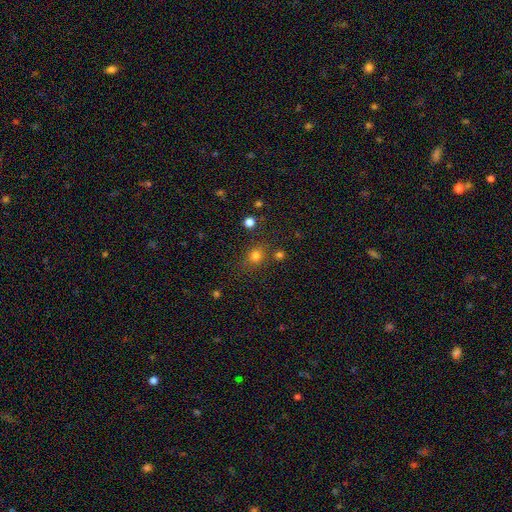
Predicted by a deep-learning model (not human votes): This is likely a smooth galaxy (76%). How rounded: likely round (75%). Merging: likely none (74%).